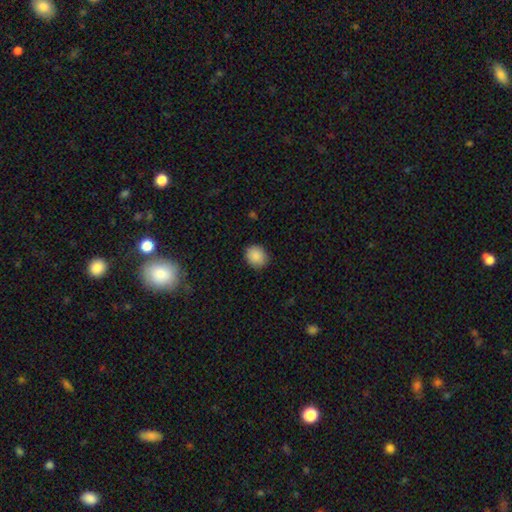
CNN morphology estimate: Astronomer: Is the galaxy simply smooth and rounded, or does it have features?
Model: smooth — 88%.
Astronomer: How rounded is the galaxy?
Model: round — 70%.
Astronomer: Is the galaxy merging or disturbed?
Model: none — 86%.